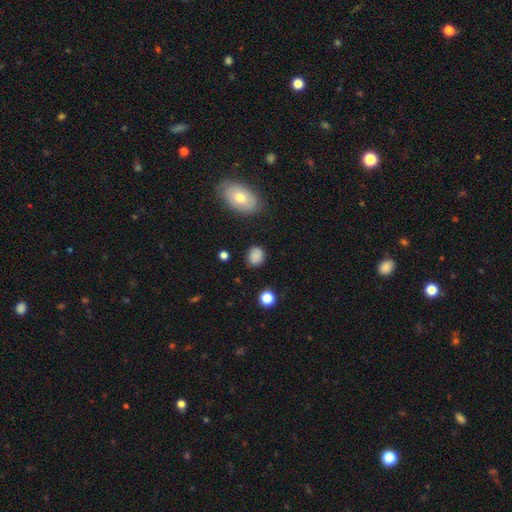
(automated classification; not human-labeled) Overall: smooth (82%). How rounded: round (53%; in between 46%). Merging: none (75%).